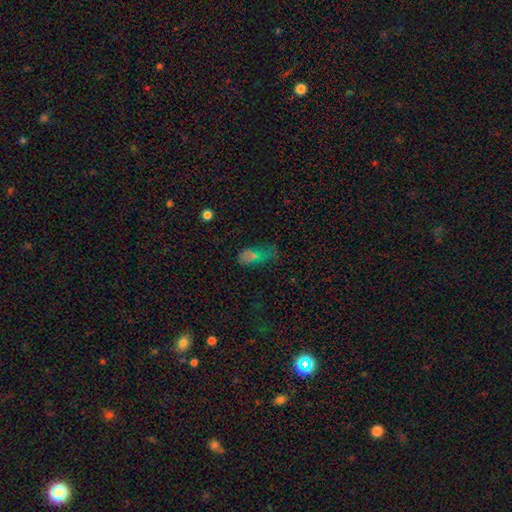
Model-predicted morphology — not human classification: This appears to be a smooth galaxy with no disk features (53%) that is in between round and cigar-shaped (81%). Merging: none (38%).